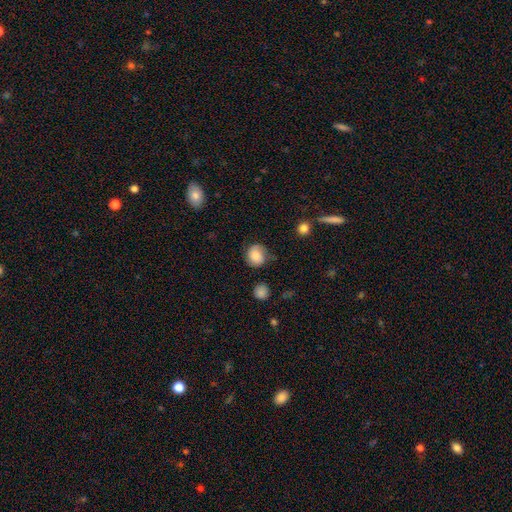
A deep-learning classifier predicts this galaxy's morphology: This is likely a smooth galaxy (76%). How rounded: likely round (79%). Merging: likely none (65%).